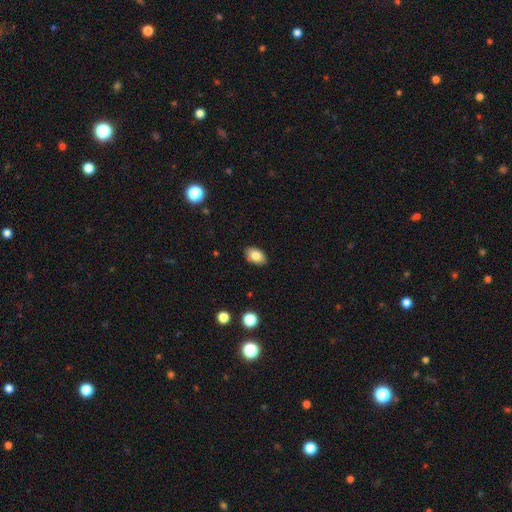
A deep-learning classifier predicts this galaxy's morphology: smooth 82%, featured or disk 10%, star or artifact 8%. Down the decision tree: how rounded — in between (88%); merging — none (87%).